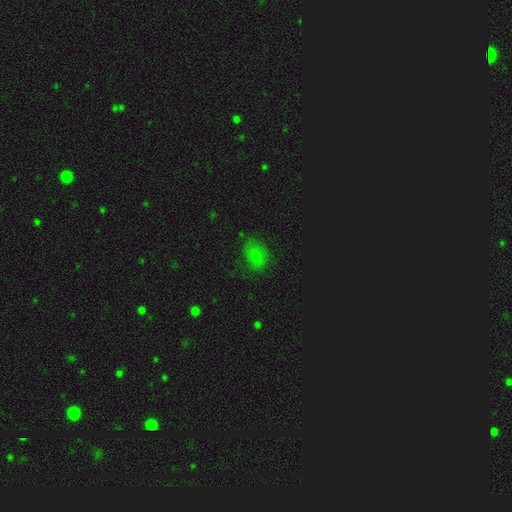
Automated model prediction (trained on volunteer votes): Smooth or featured? smooth (62%)
How rounded? in between (57%)
Merging? none (71%)